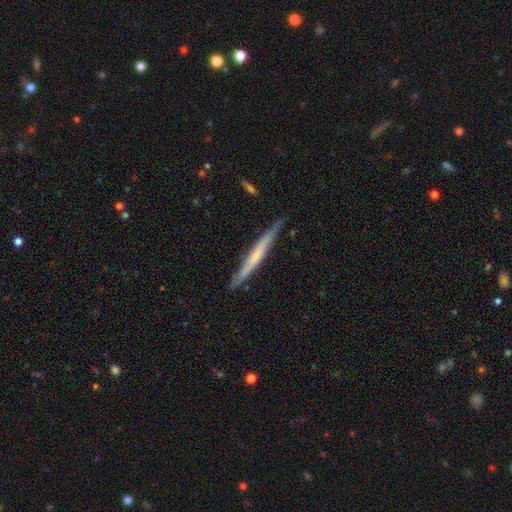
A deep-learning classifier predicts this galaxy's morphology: Q: Smooth or featured?
A: featured or disk (52%); runner-up: smooth (43%)
Q: Edge-on disk?
A: yes (96%); runner-up: no (4%)
Q: Merging?
A: none (87%); runner-up: minor disturbance (10%)